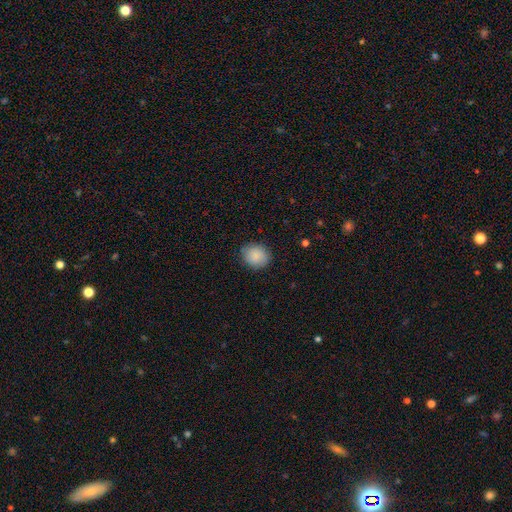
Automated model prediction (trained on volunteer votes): Q: Smooth or featured?
A: smooth (87%); runner-up: star or artifact (7%)
Q: How rounded?
A: round (72%); runner-up: in between (27%)
Q: Merging?
A: none (84%); runner-up: minor disturbance (12%)